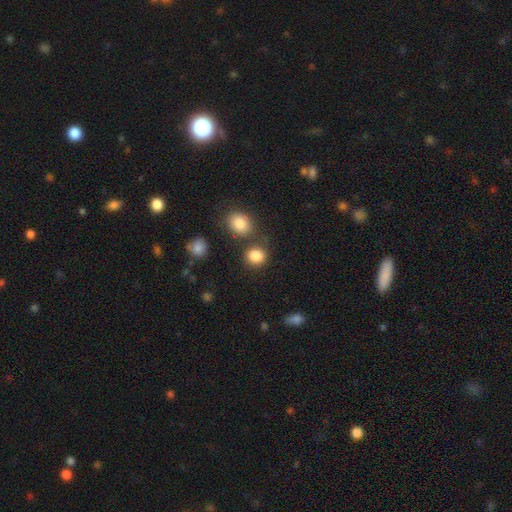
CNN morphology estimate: smooth 85%, star or artifact 10%, featured or disk 4%. Down the decision tree: how rounded — round (72%); merging — none (72%).